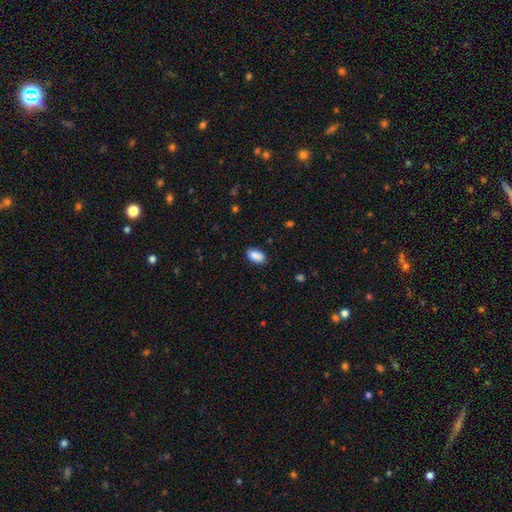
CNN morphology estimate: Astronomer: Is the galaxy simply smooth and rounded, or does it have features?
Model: smooth — 88%.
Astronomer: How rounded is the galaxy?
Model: in between — 93%.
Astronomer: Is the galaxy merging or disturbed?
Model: none — 86%.